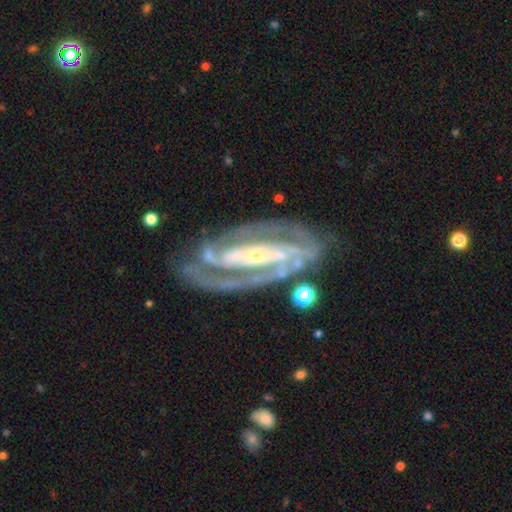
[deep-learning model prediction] Q: Smooth or featured?
A: featured or disk (91%); runner-up: star or artifact (5%)
Q: Edge-on disk?
A: no (93%); runner-up: yes (7%)
Q: Bar?
A: strong (57%); runner-up: no (21%)
Q: Spiral arms?
A: yes (96%); runner-up: no (4%)
Q: Spiral winding?
A: tight (60%); runner-up: medium (33%)
Q: Spiral arm count?
A: 2 (76%); runner-up: 3 (9%)
Q: Bulge size?
A: small (72%); runner-up: moderate (23%)
Q: Merging?
A: none (75%); runner-up: minor disturbance (15%)